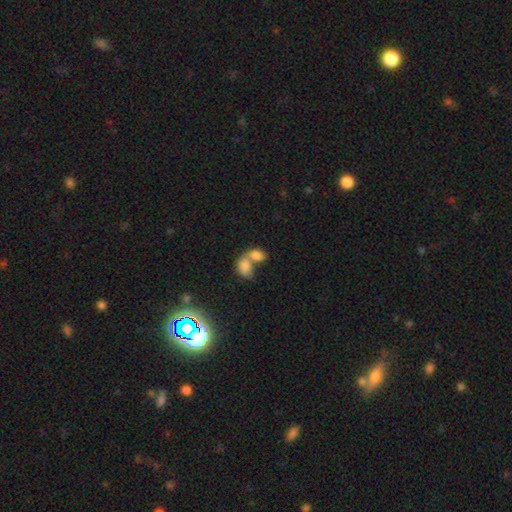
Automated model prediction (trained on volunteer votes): smooth_or_featured: smooth (p=0.81) [alt: featured or disk p=0.11]
how_rounded: in between (p=0.82) [alt: round p=0.16]
merging: merger (p=0.70) [alt: none p=0.19]